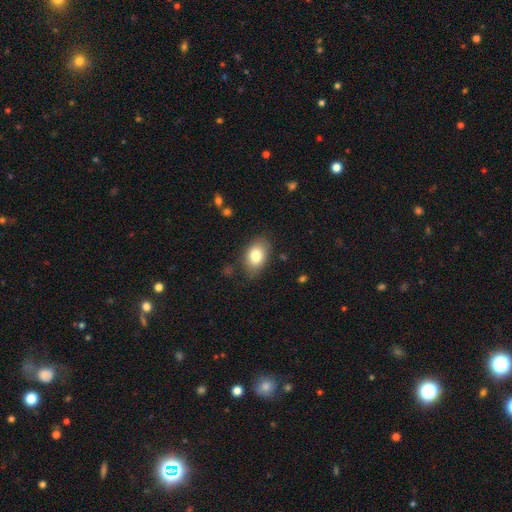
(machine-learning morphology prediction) Smooth or featured? smooth (82%)
How rounded? in between (86%)
Merging? none (79%)